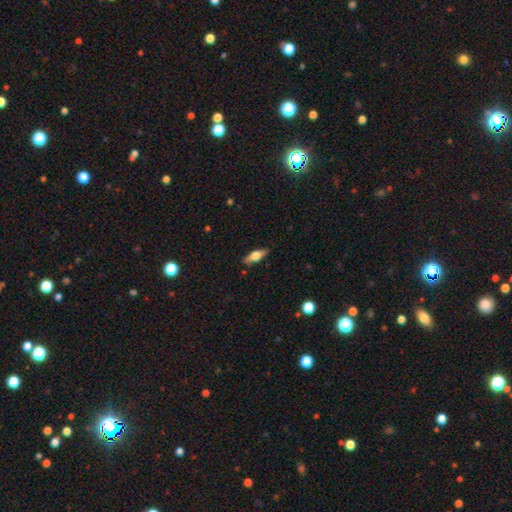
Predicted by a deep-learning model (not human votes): Smooth or featured?
  - featured or disk: 54% *
  - smooth: 40%
  - star or artifact: 6%
Edge-on disk?
  - yes: 92% *
  - no: 8%
Merging?
  - none: 84% *
  - minor disturbance: 12%
  - major disturbance: 2%
  - merger: 1%